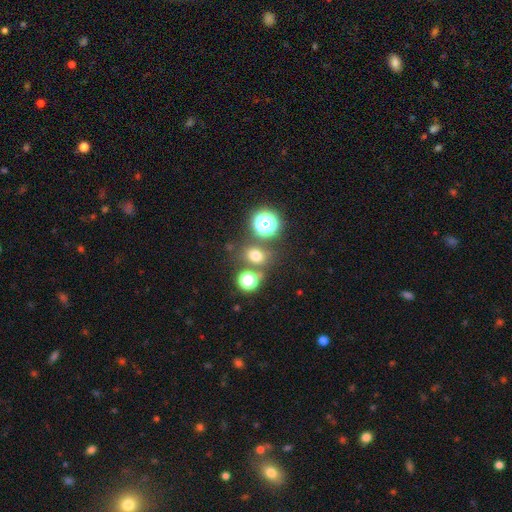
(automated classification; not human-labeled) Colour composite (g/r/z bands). It shows a smooth galaxy with no disk features (66%) that is round (64%). Merging: none (73%).